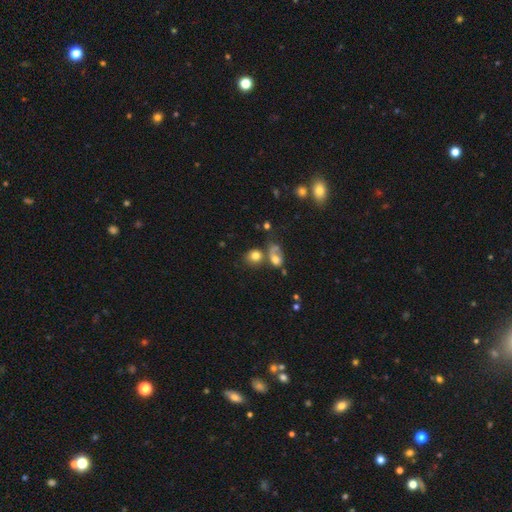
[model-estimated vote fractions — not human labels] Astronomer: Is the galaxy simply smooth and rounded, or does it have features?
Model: smooth — 75%.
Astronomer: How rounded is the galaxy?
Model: round — 73%.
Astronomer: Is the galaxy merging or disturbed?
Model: none — 49% (runner-up: merger, 30%).